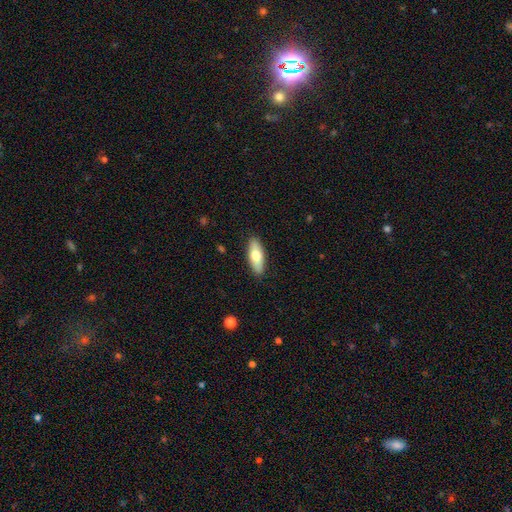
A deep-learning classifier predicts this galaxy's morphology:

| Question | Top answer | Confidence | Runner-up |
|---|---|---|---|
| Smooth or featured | smooth | 70% | featured or disk (24%) |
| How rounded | in between | 74% | cigar-shaped (23%) |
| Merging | none | 89% | minor disturbance (9%) |